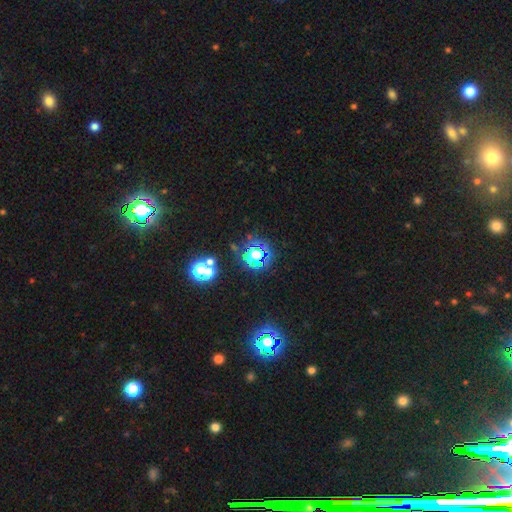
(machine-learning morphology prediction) type=star or artifact (65%).